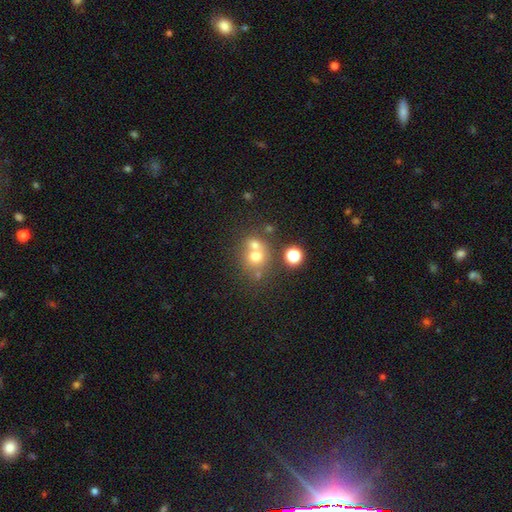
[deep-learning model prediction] The model was most divided on "merging": merger: 45%, none: 43%, minor disturbance: 8%, major disturbance: 4%. More confident: how rounded — round (79%); smooth or featured — smooth (66%).